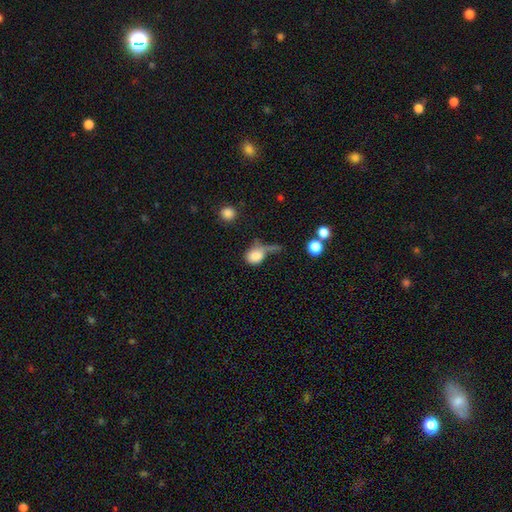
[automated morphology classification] smooth-or-featured: smooth: 76% | featured or disk: 15% | star or artifact: 9%
  how-rounded: in between: 49% (tied) | round: 49% (tied) | cigar-shaped: 3%
  merging: major disturbance: 39% | none: 24% | minor disturbance: 21% | merger: 17%